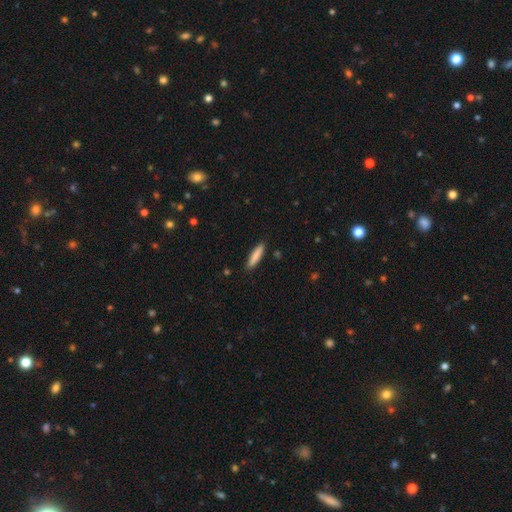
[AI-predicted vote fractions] Smooth or featured: smooth — 85% (featured or disk — 9%)
How rounded: cigar-shaped — 82% (in between — 16%)
Merging: none — 89% (minor disturbance — 8%)